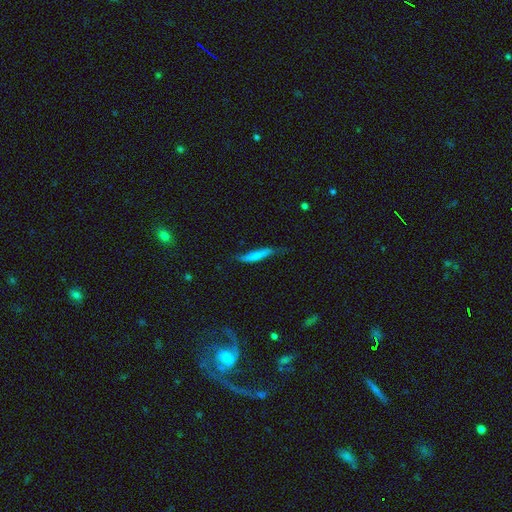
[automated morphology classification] Smooth or featured: smooth — 60% (featured or disk — 34%)
How rounded: cigar-shaped — 87% (in between — 11%)
Merging: none — 60% (minor disturbance — 30%)